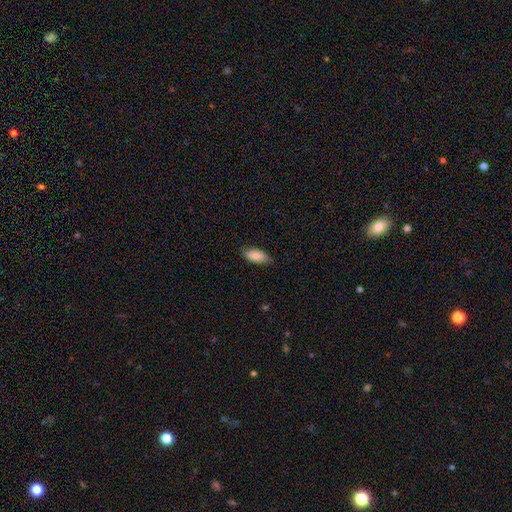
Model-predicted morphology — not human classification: Smooth or featured: smooth — 83% (featured or disk — 10%)
How rounded: in between — 89% (cigar-shaped — 9%)
Merging: none — 78% (minor disturbance — 18%)